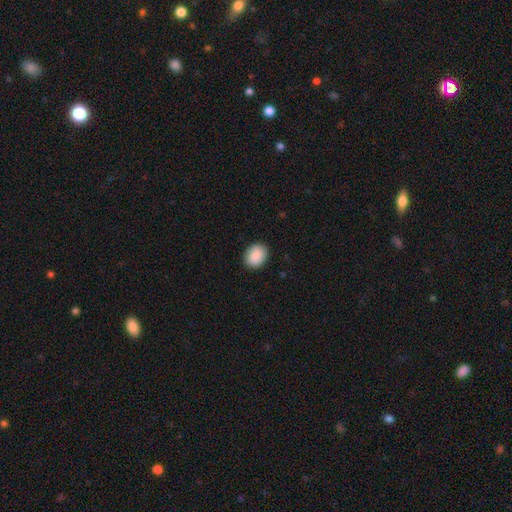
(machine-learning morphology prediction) Q: Smooth or featured?
A: smooth (88%); runner-up: star or artifact (7%)
Q: How rounded?
A: in between (53%); runner-up: round (46%)
Q: Merging?
A: none (89%); runner-up: minor disturbance (8%)